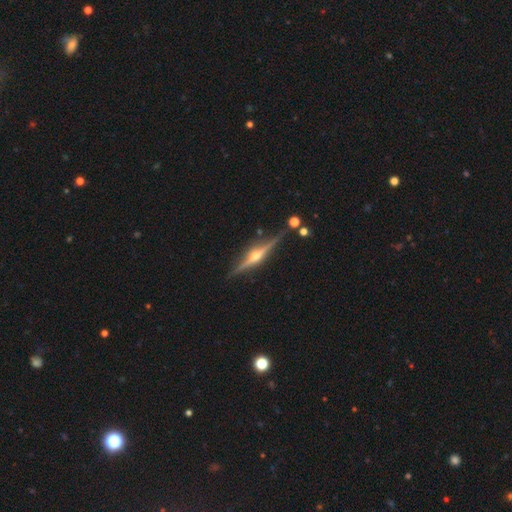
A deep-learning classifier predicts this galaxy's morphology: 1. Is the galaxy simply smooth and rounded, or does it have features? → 86% featured or disk, 8% smooth, 6% star or artifact.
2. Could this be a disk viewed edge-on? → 98% yes, 2% no.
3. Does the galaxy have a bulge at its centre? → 94% rounded, 3% boxy, 2% none.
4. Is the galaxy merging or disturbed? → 86% none, 9% minor disturbance, 3% merger, 2% major disturbance.